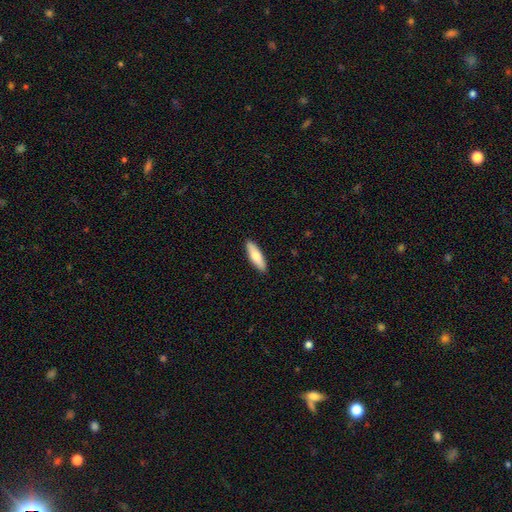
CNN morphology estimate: This appears to be a smooth galaxy with no disk features (72%) that is cigar-shaped (59%). Merging: none (91%).